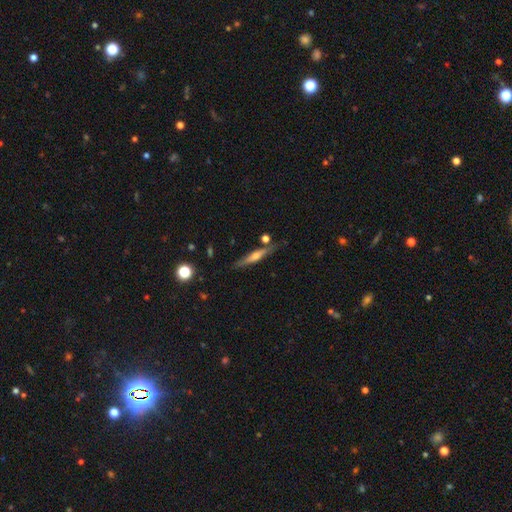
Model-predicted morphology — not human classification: Smooth or featured?
  - featured or disk: 64% *
  - smooth: 29%
  - star or artifact: 7%
Edge-on disk?
  - yes: 95% *
  - no: 5%
Edge-on bulge?
  - rounded: 79% *
  - none: 13%
  - boxy: 9%
Merging?
  - none: 81% *
  - minor disturbance: 12%
  - merger: 5%
  - major disturbance: 3%